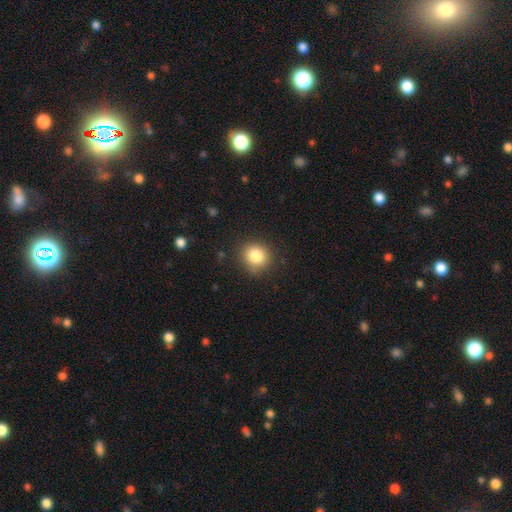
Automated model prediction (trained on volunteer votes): This is clearly a smooth galaxy (83%). How rounded: clearly round (84%). Merging: clearly none (85%).